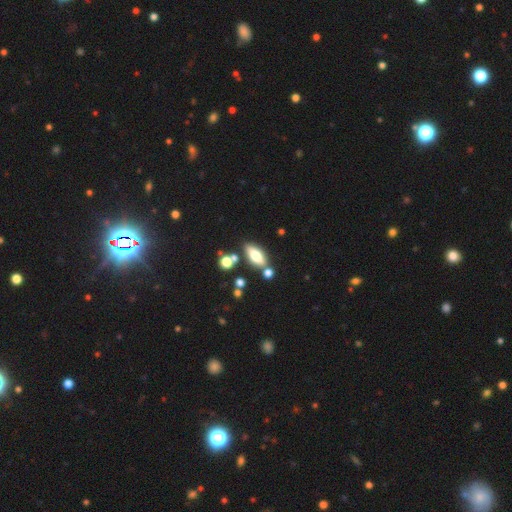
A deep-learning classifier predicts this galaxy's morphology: This appears to be a smooth galaxy with no disk features (65%) that is in between round and cigar-shaped (77%). Merging: none (69%).